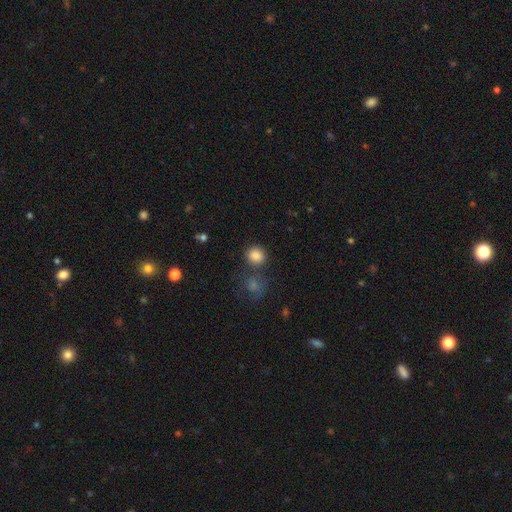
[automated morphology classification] Smooth or featured? smooth (85%)
How rounded? round (84%)
Merging? none (73%)